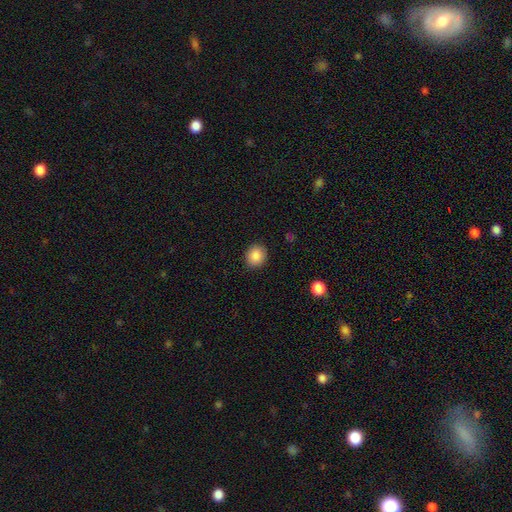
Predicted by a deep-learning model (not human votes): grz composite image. It shows a smooth galaxy with no disk features (87%) that is round (78%). Merging: none (90%).